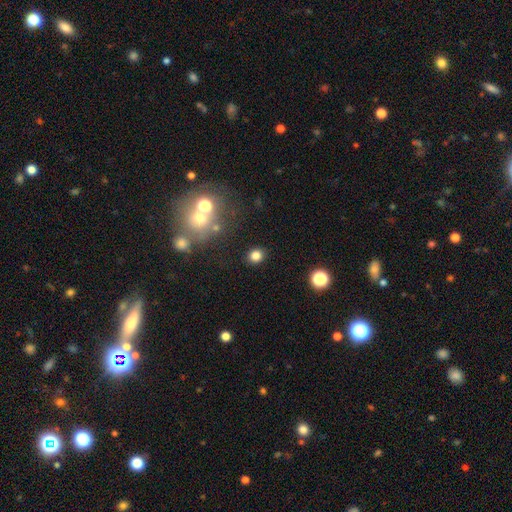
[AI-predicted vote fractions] The model was most divided on "how rounded": round: 79%, in between: 20%, cigar-shaped: 1%. More confident: merging — none (88%); smooth or featured — smooth (80%).